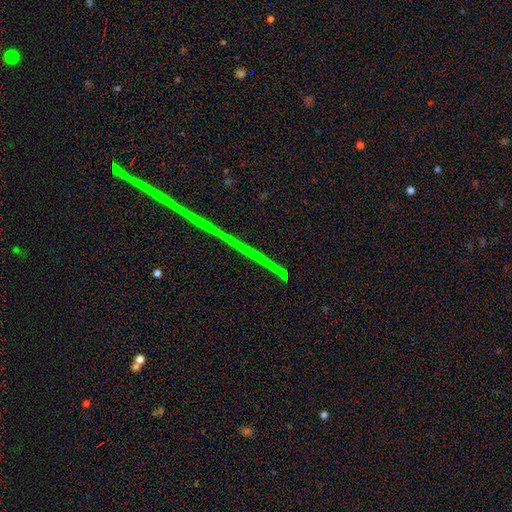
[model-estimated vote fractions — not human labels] smooth-or-featured: star or artifact: 83% | featured or disk: 11% | smooth: 6%